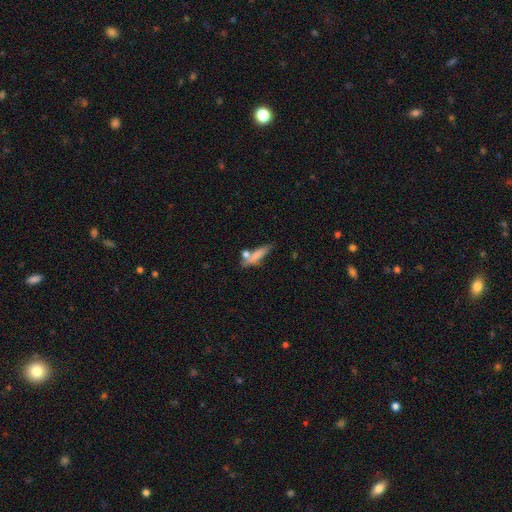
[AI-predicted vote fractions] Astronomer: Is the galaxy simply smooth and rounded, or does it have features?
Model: smooth — 71%.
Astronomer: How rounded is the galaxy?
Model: cigar-shaped — 69%.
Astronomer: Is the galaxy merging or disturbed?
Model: none — 51%.